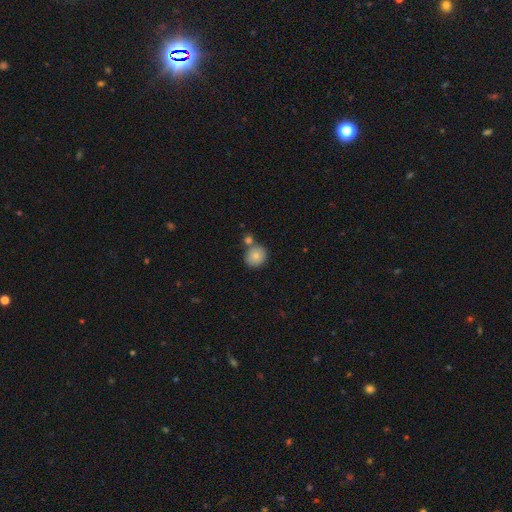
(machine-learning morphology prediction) A smooth galaxy with no disk features (81%) that is round (86%).

Vote fractions:
- Smooth or featured? smooth: 81% / featured or disk: 10% / star or artifact: 9%
- How rounded? round: 86% / in between: 13% / cigar-shaped: 1%
- Merging? none: 63% / merger: 25% / minor disturbance: 9% / major disturbance: 3%